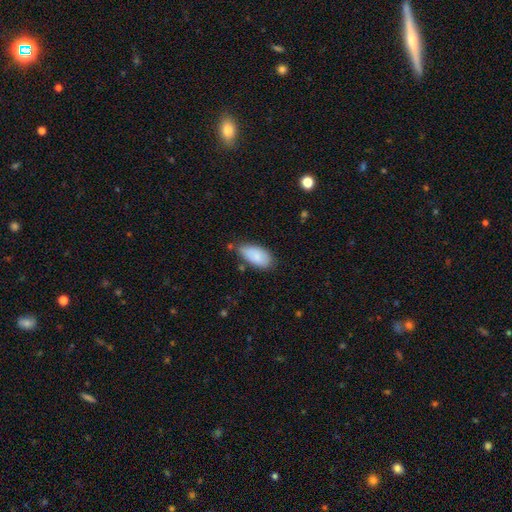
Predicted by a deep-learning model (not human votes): This is clearly a smooth galaxy (85%). How rounded: clearly in between (93%). Merging: possibly none (59%).